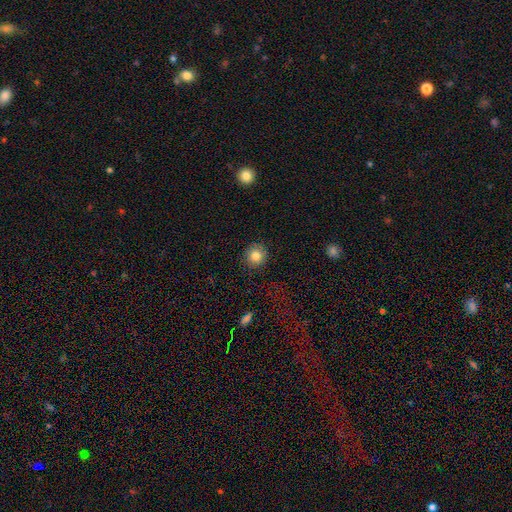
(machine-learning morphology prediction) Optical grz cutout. It shows a smooth galaxy with no disk features (83%) that is round (91%). Merging: none (87%).